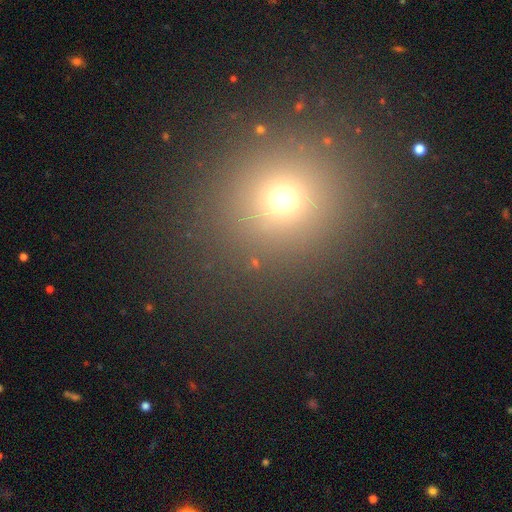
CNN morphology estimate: Smooth or featured: smooth — 63% (star or artifact — 30%)
How rounded: round — 90% (in between — 9%)
Merging: none — 90% (minor disturbance — 5%)